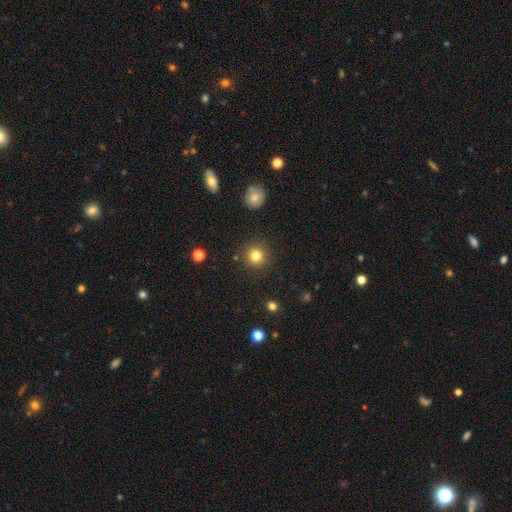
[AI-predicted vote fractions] A smooth galaxy with no disk features (82%) that is round (94%). Merging: none (90%).